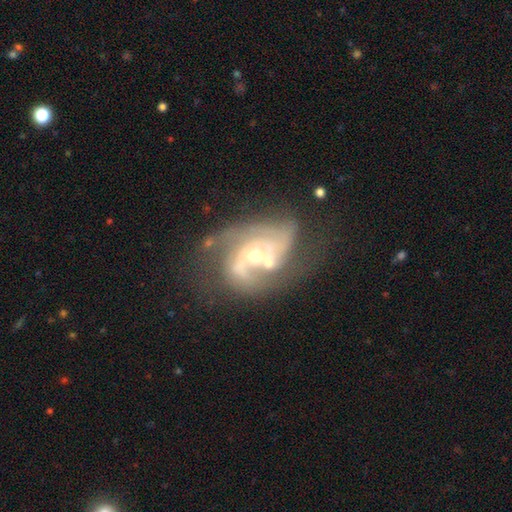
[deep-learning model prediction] This appears to be a featured or disk galaxy (84%) with no bar (65%), 2 (45%) medium (46%) spiral arms (91%) and a moderate central bulge (55%). Merging: none (36%).